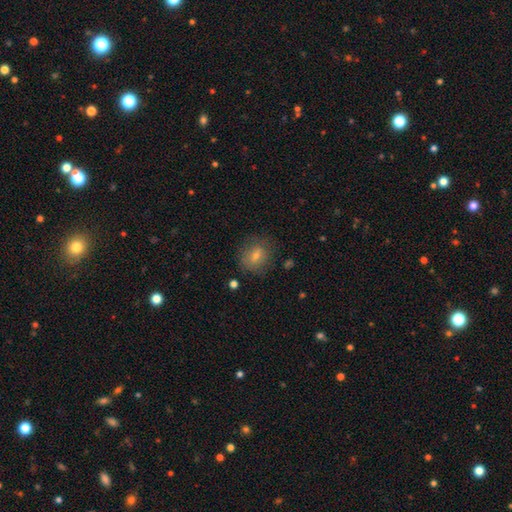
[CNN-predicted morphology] Q: Smooth or featured?
A: smooth (71%); runner-up: featured or disk (18%)
Q: How rounded?
A: round (67%); runner-up: in between (32%)
Q: Merging?
A: none (75%); runner-up: minor disturbance (17%)